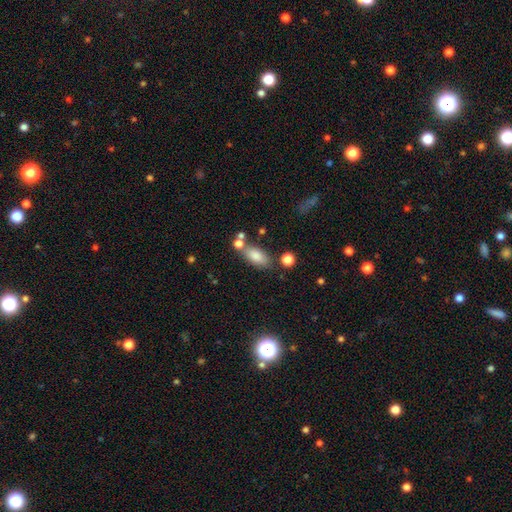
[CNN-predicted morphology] This appears to be a smooth galaxy with no disk features (80%) that is in between round and cigar-shaped (84%). Merging: none (65%).